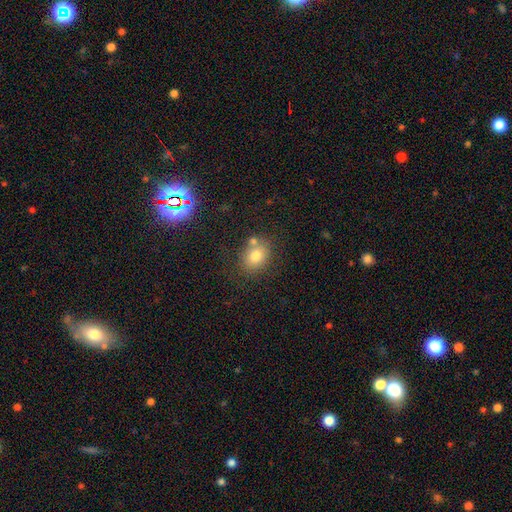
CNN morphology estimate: Smooth or featured: smooth — 76% (star or artifact — 12%)
How rounded: round — 50% (in between — 49%)
Merging: none — 66% (merger — 16%)